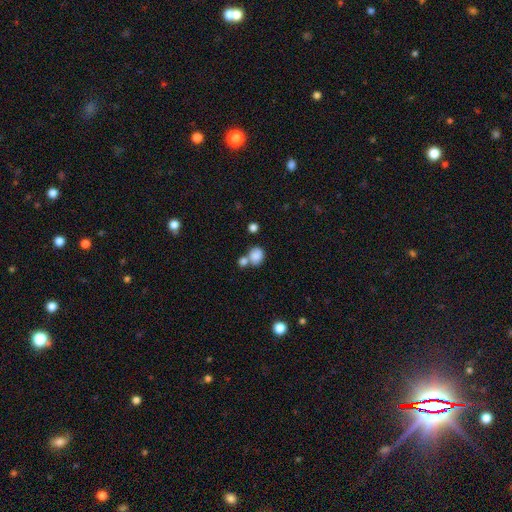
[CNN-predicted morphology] Smooth or featured? smooth (84%)
How rounded? round (67%)
Merging? none (43%)